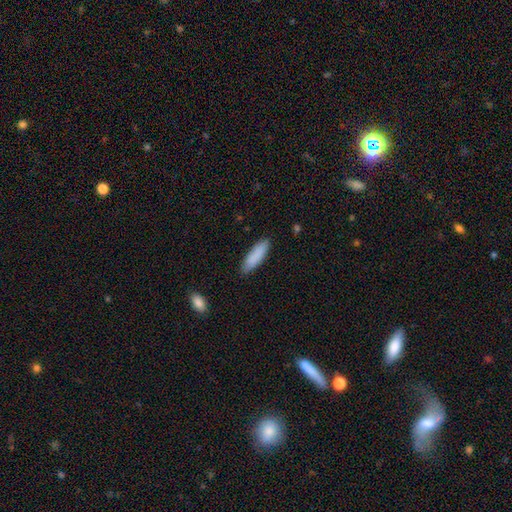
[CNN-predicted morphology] type=smooth (88%); roundness=cigar-shaped (58%); merging=none (87%).